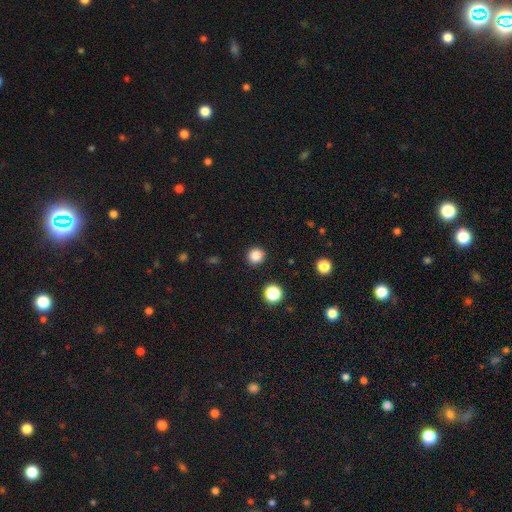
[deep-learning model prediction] The model was most divided on "smooth or featured": smooth: 85%, star or artifact: 12%, featured or disk: 3%. More confident: how rounded — round (93%); merging — none (90%).